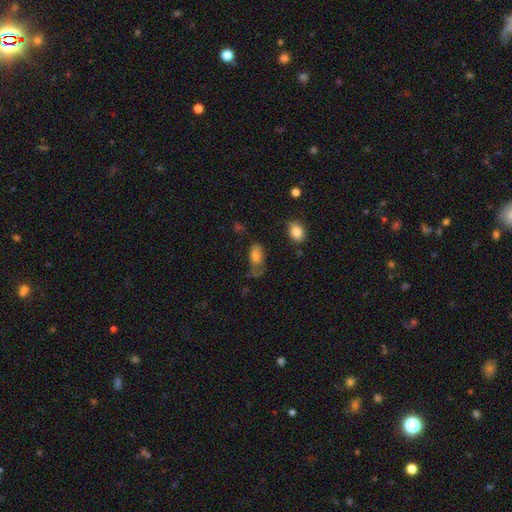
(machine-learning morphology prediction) Smooth or featured? smooth (74%)
How rounded? in between (88%)
Merging? none (39%)